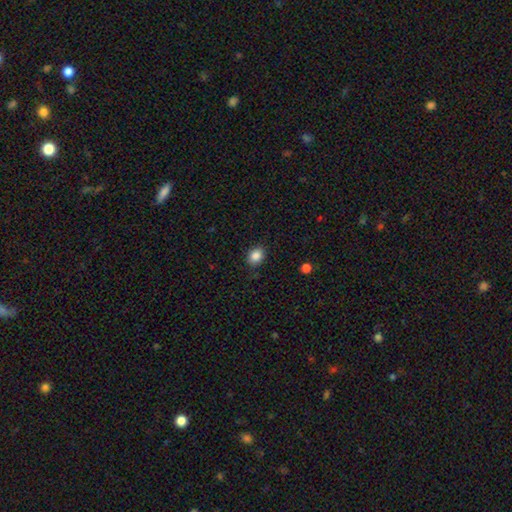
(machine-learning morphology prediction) This appears to be a smooth galaxy with no disk features (86%) that is round (50%). Merging: none (86%).